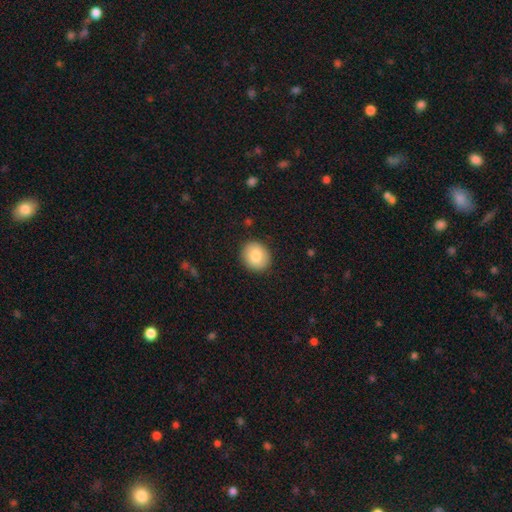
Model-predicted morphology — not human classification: The model was most divided on "how rounded": round: 75%, in between: 24%, cigar-shaped: 1%. More confident: merging — none (90%); smooth or featured — smooth (82%).